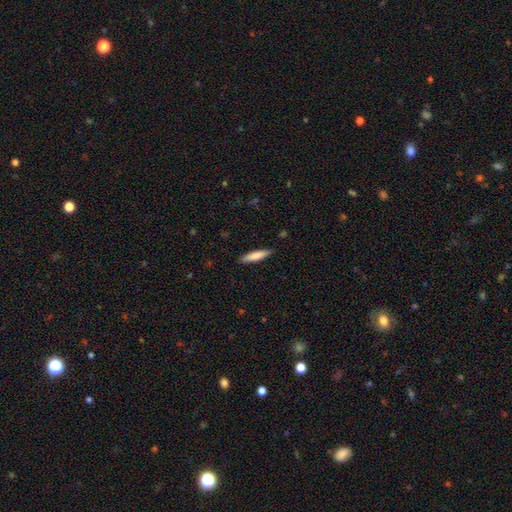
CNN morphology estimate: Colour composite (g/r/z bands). It shows a smooth galaxy with no disk features (79%) that is cigar-shaped (80%). Merging: none (89%).